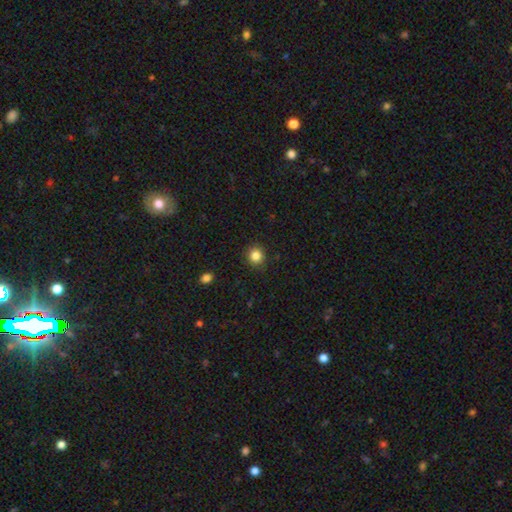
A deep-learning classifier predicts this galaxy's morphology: This appears to be a smooth galaxy with no disk features (85%) that is round (89%). Merging: none (90%).